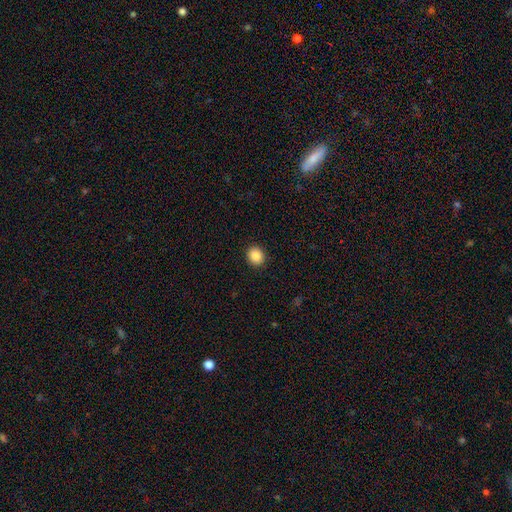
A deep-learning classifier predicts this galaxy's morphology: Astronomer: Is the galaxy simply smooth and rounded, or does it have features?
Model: smooth — 88%.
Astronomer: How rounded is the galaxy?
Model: round — 74%.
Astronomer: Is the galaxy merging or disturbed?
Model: none — 91%.